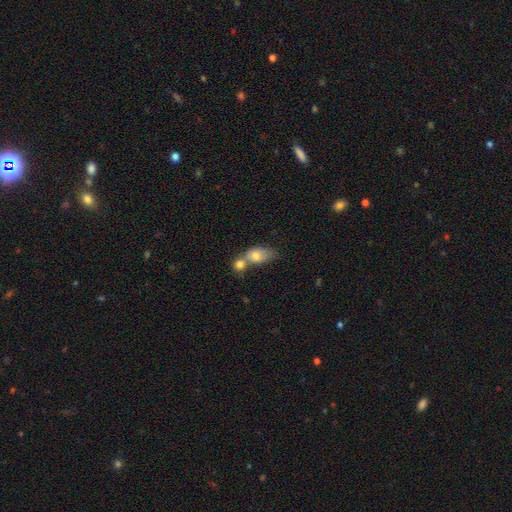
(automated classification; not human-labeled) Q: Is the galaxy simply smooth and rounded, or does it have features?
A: smooth — 73%.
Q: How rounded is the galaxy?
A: in between — 72%.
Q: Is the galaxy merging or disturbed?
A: merger — 66%.